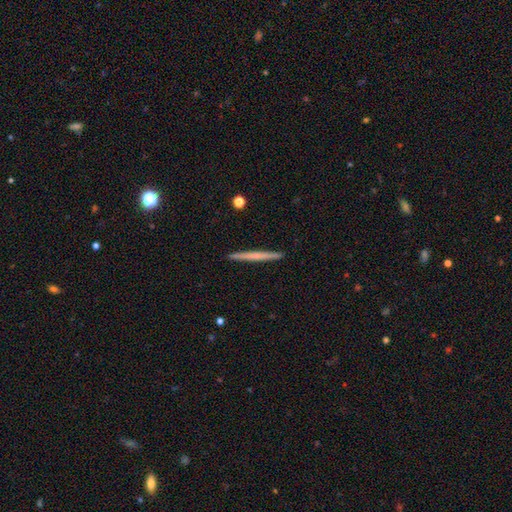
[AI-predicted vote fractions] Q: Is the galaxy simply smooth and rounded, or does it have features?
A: featured or disk — 48%.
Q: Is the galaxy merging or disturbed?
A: none — 93%.